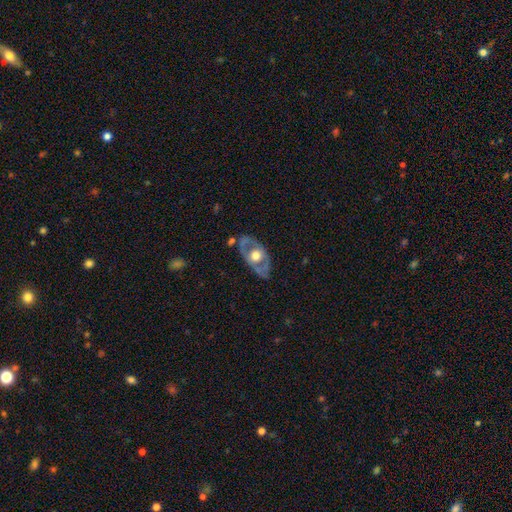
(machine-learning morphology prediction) This is likely a featured or disk galaxy (64%). It is clearly not viewed edge-on (84%). Bar: clearly no (86%). Spiral arm pattern: likely no (80%). Central bulge: possibly moderate (57%). Merging: likely none (71%).